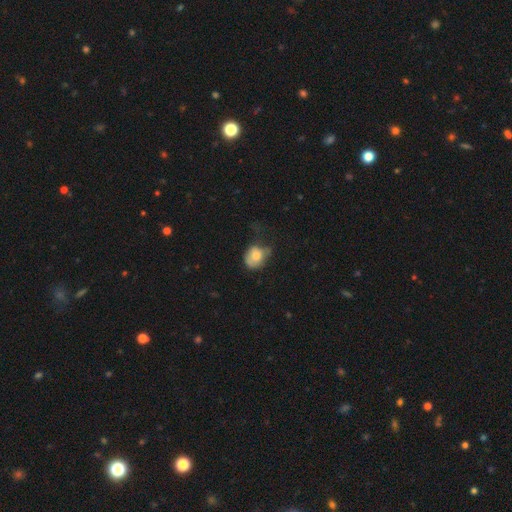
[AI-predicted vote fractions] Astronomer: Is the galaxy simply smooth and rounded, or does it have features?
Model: smooth — 72%.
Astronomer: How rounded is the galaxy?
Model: round — 52% (runner-up: in between, 47%).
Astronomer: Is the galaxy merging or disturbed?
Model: minor disturbance — 38% (runner-up: none, 34%).